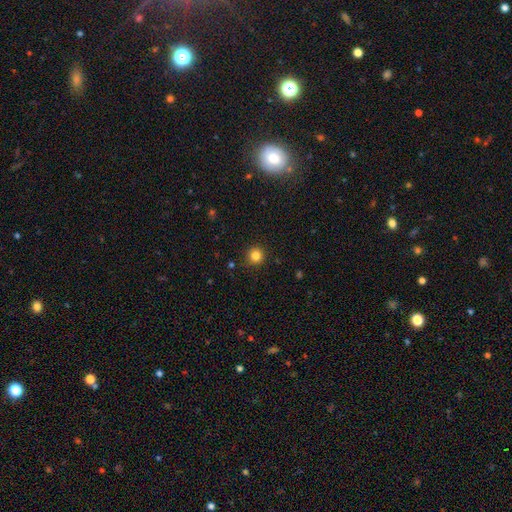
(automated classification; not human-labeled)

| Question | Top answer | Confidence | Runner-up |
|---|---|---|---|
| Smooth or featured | smooth | 83% | star or artifact (12%) |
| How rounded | round | 94% | in between (5%) |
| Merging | none | 89% | minor disturbance (7%) |